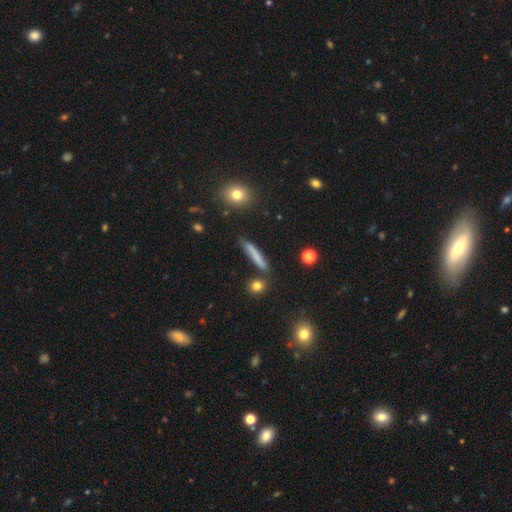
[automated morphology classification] Smooth or featured: smooth — 71% (featured or disk — 21%)
How rounded: cigar-shaped — 91% (in between — 6%)
Merging: none — 78% (minor disturbance — 14%)